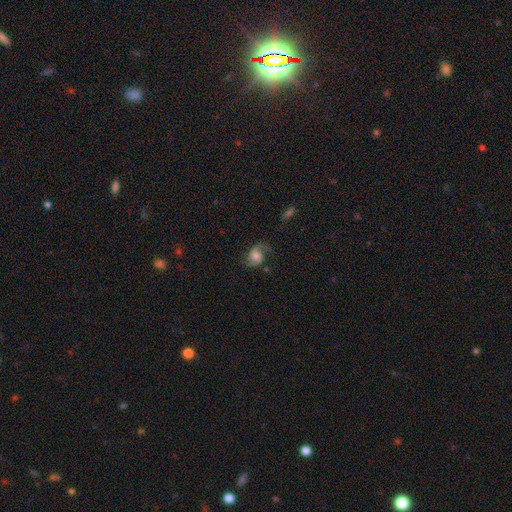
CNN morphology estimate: This is likely a featured or disk galaxy (71%). It is clearly not viewed edge-on (97%). Bar: likely no (64%). Spiral arm pattern: clearly yes (94%). Spiral arm count: likely 2 (74%). Spiral winding: possibly loose (49%). Central bulge: possibly moderate (55%). Merging: possibly none (60%).